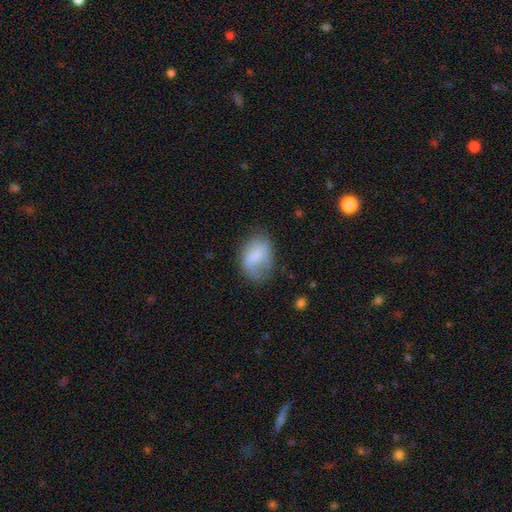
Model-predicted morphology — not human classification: A smooth galaxy with no disk features (58%) that is in between round and cigar-shaped (72%).

Vote fractions:
- Smooth or featured? smooth: 58% / featured or disk: 33% / star or artifact: 8%
- How rounded? in between: 72% / round: 26% / cigar-shaped: 2%
- Merging? none: 56% / minor disturbance: 28% / major disturbance: 14% / merger: 2%